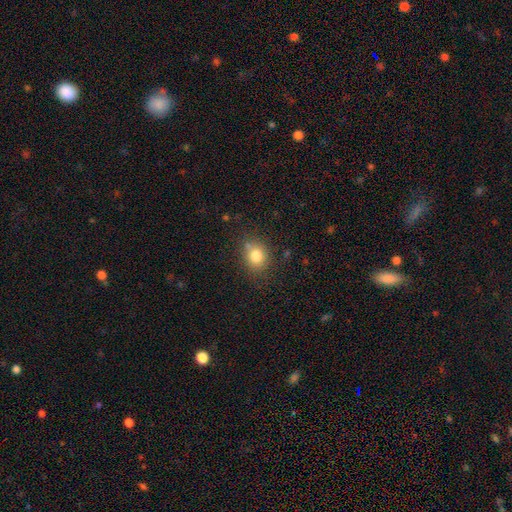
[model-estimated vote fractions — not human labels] Smooth or featured? Predicted: smooth (p=0.80). How rounded? Predicted: round (p=0.68). Merging? Predicted: none (p=0.74).